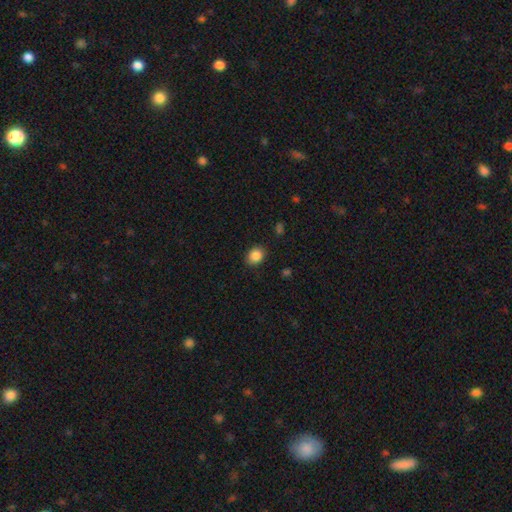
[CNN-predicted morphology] type=smooth (87%); roundness=round (55%); merging=none (87%).